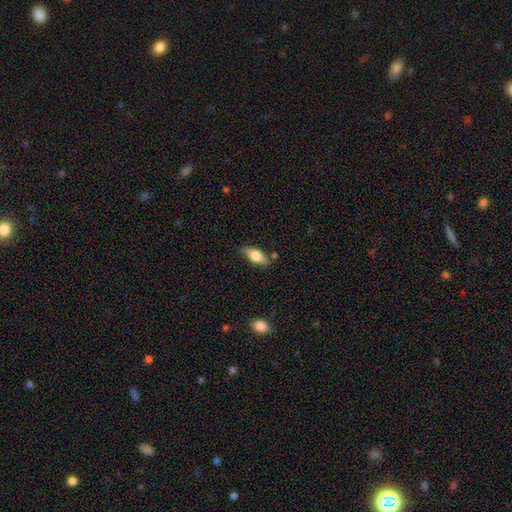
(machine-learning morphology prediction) A smooth galaxy with no disk features (64%) that is in between round and cigar-shaped (78%).

Vote fractions:
- Smooth or featured? smooth: 64% / featured or disk: 29% / star or artifact: 7%
- How rounded? in between: 78% / cigar-shaped: 18% / round: 4%
- Merging? none: 77% / minor disturbance: 16% / merger: 3% / major disturbance: 3%